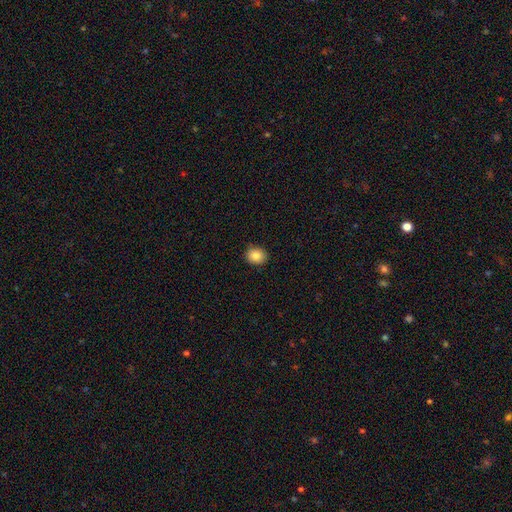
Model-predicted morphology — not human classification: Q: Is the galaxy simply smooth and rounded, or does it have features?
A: smooth — 86%.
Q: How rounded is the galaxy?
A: round — 65%.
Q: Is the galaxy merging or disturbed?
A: none — 89%.